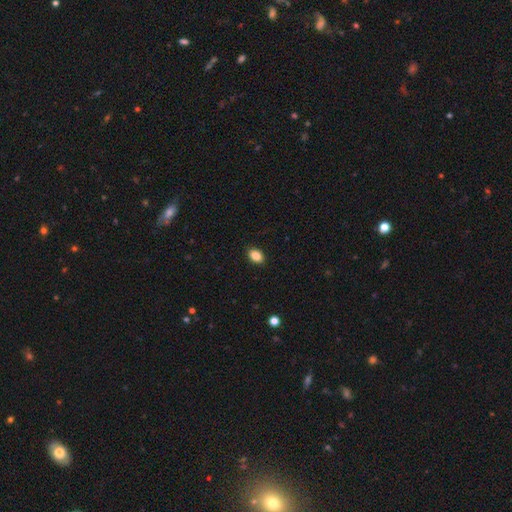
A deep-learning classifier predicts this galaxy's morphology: Smooth or featured? smooth (87%)
How rounded? in between (82%)
Merging? none (90%)